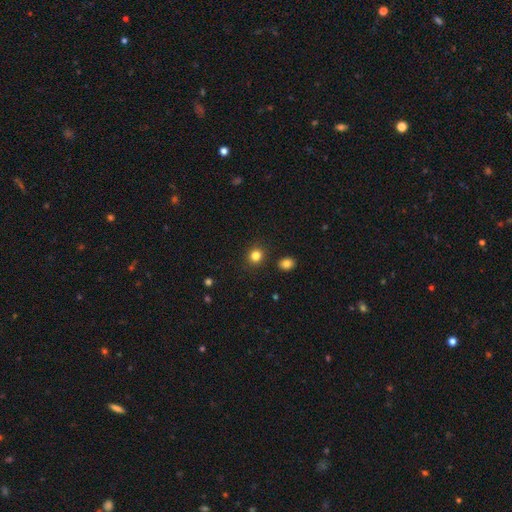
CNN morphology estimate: A smooth galaxy with no disk features (83%) that is round (84%). Merging: none (89%).